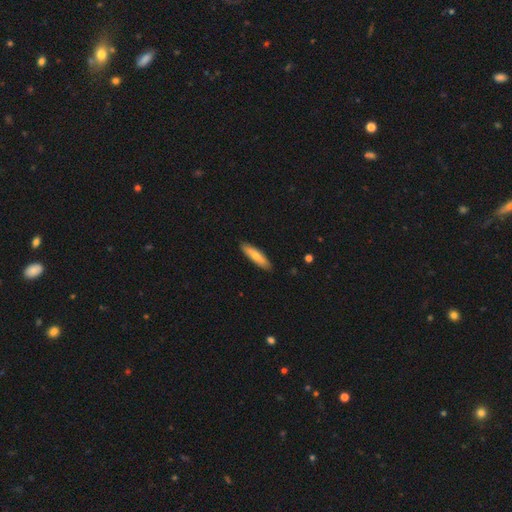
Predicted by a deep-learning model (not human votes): Smooth or featured: smooth — 71% (featured or disk — 24%)
How rounded: cigar-shaped — 76% (in between — 22%)
Merging: none — 88% (minor disturbance — 9%)